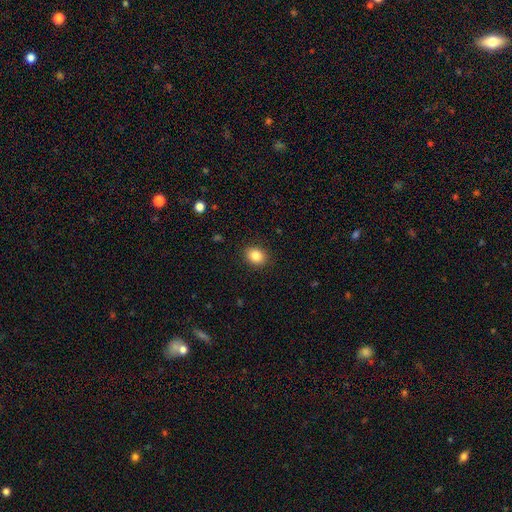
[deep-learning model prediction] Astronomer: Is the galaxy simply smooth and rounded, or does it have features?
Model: smooth — 86%.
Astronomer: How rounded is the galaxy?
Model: in between — 54% (runner-up: round, 45%).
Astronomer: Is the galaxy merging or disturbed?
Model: none — 89%.